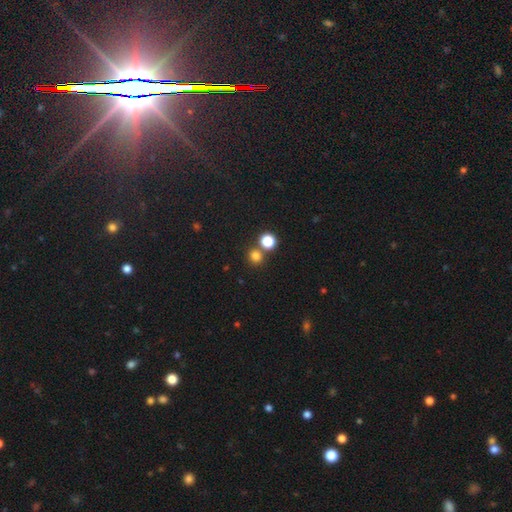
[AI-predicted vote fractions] This is likely a smooth galaxy (79%). How rounded: clearly round (89%). Merging: likely none (71%).